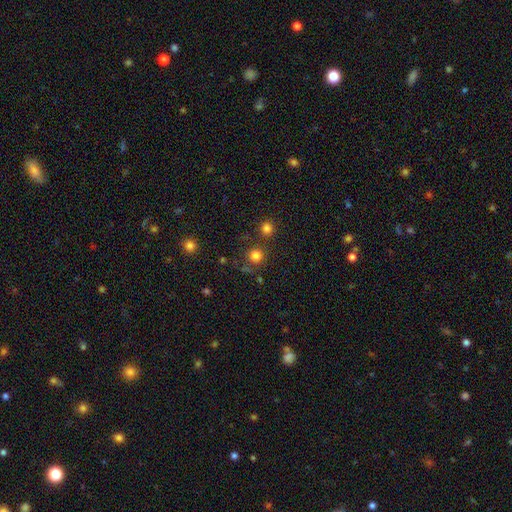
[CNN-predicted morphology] A smooth galaxy with no disk features (79%) that is round (93%). Merging: none (79%).